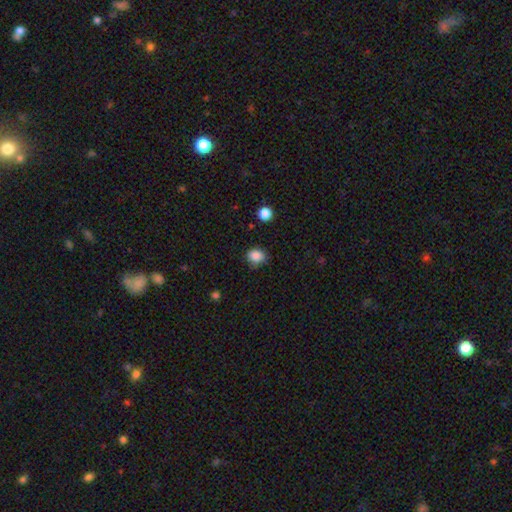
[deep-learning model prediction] Q: Smooth or featured?
A: smooth (86%); runner-up: star or artifact (10%)
Q: How rounded?
A: round (59%); runner-up: in between (40%)
Q: Merging?
A: none (74%); runner-up: minor disturbance (20%)